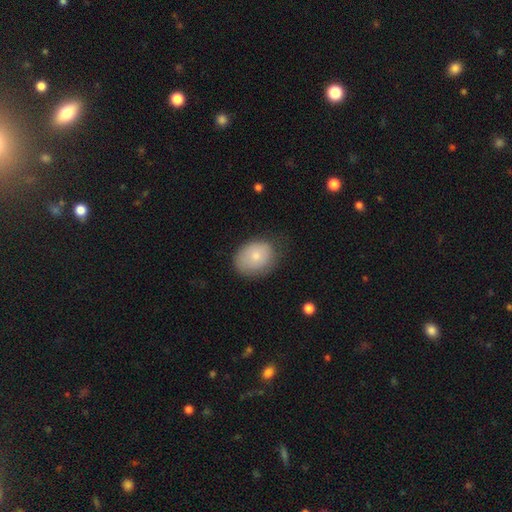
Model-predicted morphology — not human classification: Smooth or featured?
  - smooth: 76% *
  - featured or disk: 17%
  - star or artifact: 7%
How rounded?
  - in between: 58% *
  - round: 41%
  - cigar-shaped: 1%
Merging?
  - none: 67% *
  - minor disturbance: 25%
  - major disturbance: 7%
  - merger: 1%